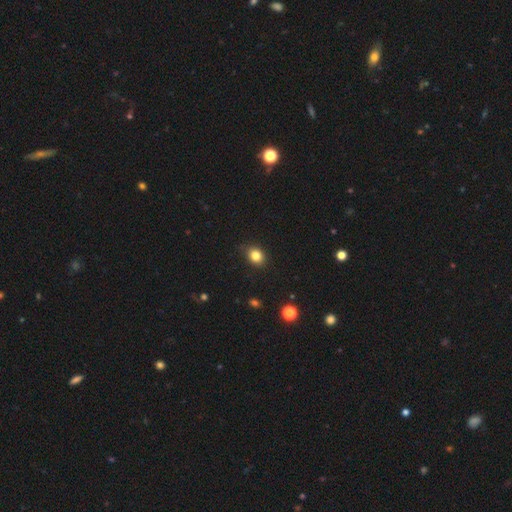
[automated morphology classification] A smooth galaxy with no disk features (83%) that is round (57%).

Vote fractions:
- Smooth or featured? smooth: 83% / star or artifact: 11% / featured or disk: 6%
- How rounded? round: 57% / in between: 42% / cigar-shaped: 1%
- Merging? none: 84% / minor disturbance: 12% / major disturbance: 2% / merger: 1%